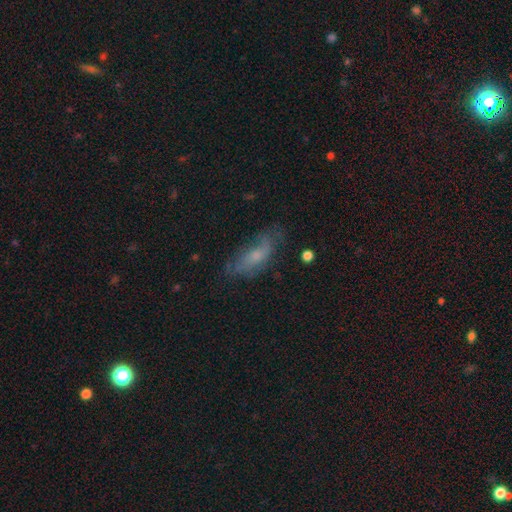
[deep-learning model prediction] Smooth or featured? smooth (46%)
Merging? none (57%)